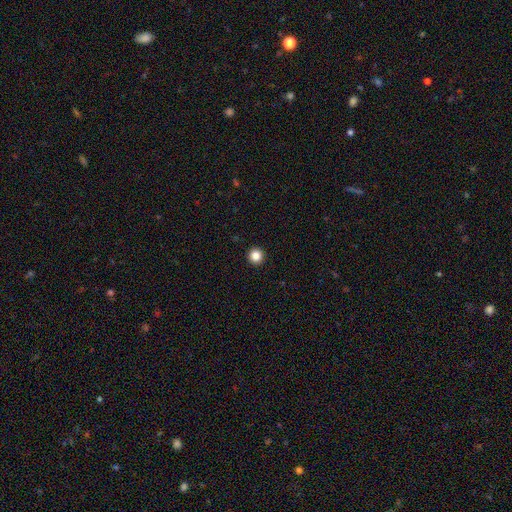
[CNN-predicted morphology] smooth 86%, star or artifact 11%, featured or disk 3%. Down the decision tree: how rounded — round (96%); merging — none (94%).